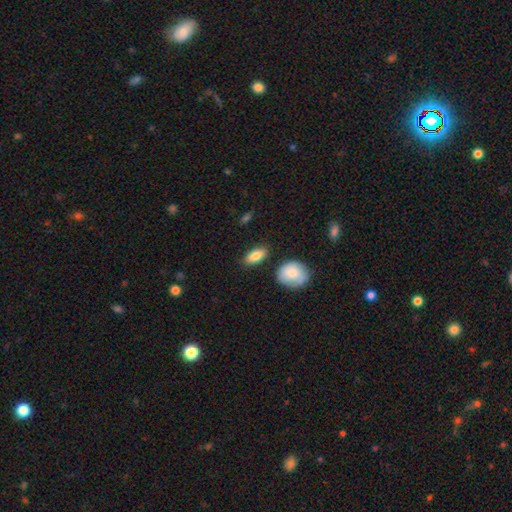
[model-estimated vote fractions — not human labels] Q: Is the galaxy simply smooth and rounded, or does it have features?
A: smooth — 84%.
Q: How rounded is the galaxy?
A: in between — 86%.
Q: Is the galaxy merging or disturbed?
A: none — 84%.